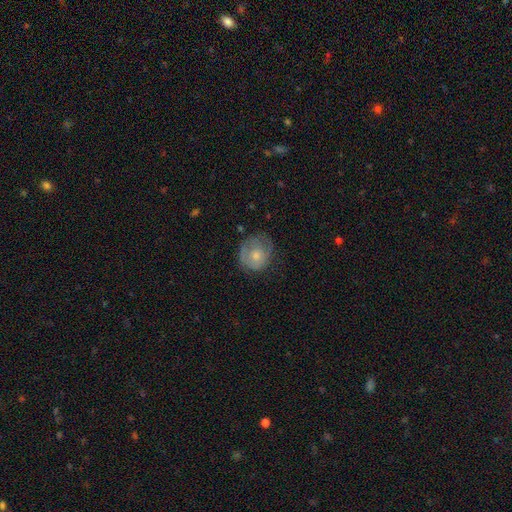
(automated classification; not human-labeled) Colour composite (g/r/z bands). It shows a smooth galaxy with no disk features (59%) that is round (80%). Merging: none (59%).